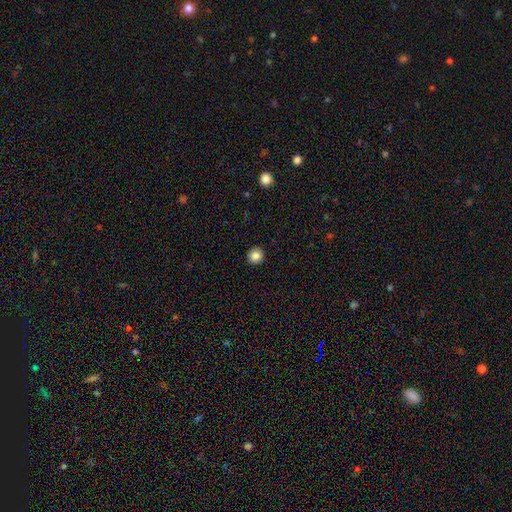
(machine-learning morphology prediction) type=smooth (84%); roundness=round (94%); merging=none (93%).